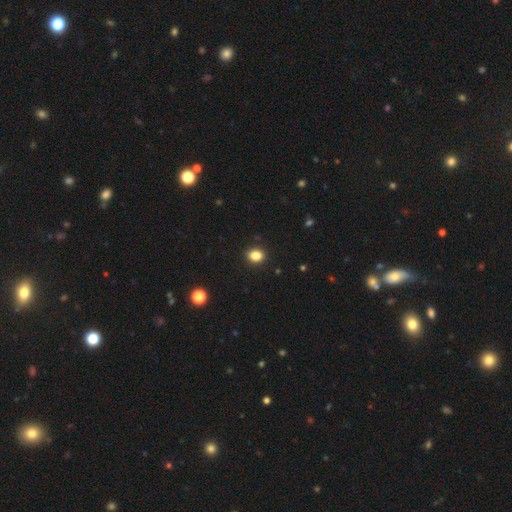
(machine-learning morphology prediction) type=smooth (85%); roundness=in between (52%); merging=none (91%).